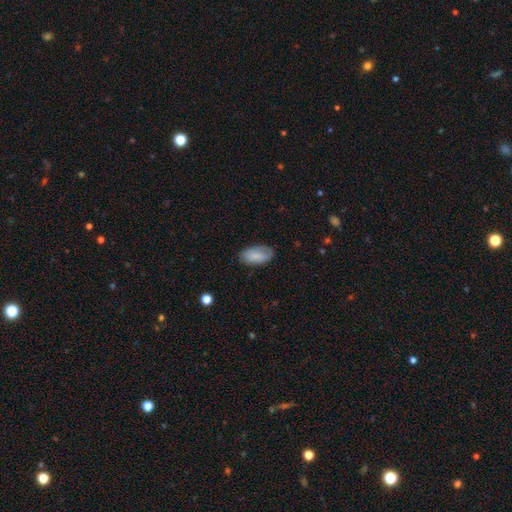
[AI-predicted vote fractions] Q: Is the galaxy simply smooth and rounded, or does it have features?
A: smooth — 81%.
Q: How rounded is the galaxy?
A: in between — 94%.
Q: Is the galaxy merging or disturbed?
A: none — 77%.